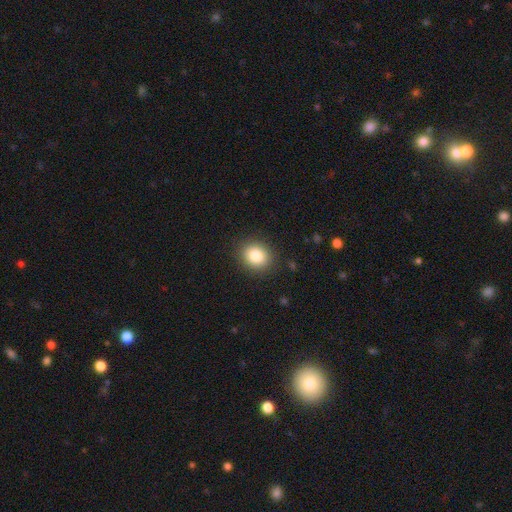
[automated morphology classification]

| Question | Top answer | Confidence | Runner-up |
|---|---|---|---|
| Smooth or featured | smooth | 84% | star or artifact (9%) |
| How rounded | round | 66% | in between (34%) |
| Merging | none | 89% | minor disturbance (8%) |